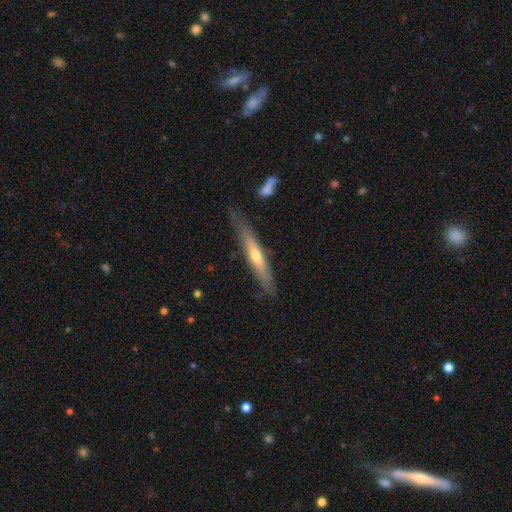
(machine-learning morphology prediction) Smooth or featured?
  - featured or disk: 56% *
  - smooth: 38%
  - star or artifact: 6%
Edge-on disk?
  - yes: 89% *
  - no: 11%
Merging?
  - none: 78% *
  - minor disturbance: 16%
  - major disturbance: 4%
  - merger: 2%